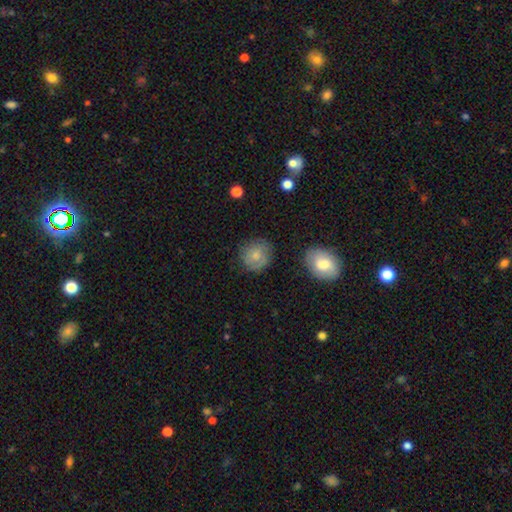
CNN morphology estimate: Smooth or featured? smooth (66%)
How rounded? round (88%)
Merging? none (77%)